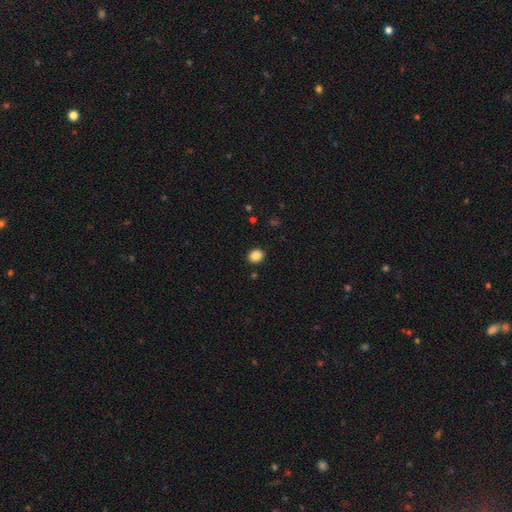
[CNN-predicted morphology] A smooth galaxy with no disk features (86%) that is round (71%).

Vote fractions:
- Smooth or featured? smooth: 86% / star or artifact: 10% / featured or disk: 4%
- How rounded? round: 71% / in between: 28% / cigar-shaped: 1%
- Merging? none: 91% / minor disturbance: 6% / major disturbance: 2% / merger: 1%